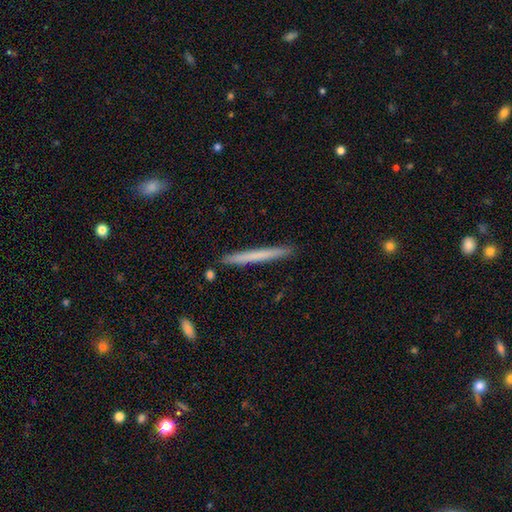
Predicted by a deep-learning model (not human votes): Smooth or featured? Predicted: smooth (p=0.63). How rounded? Predicted: cigar-shaped (p=0.97). Merging? Predicted: none (p=0.91).